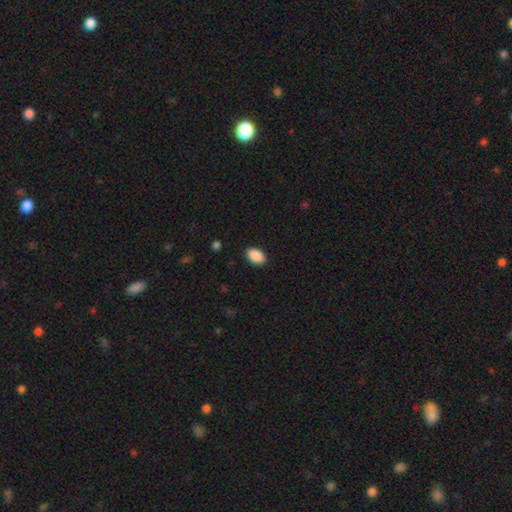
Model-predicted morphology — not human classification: smooth_or_featured: smooth (p=0.91) [alt: star or artifact p=0.07]
how_rounded: in between (p=0.89) [alt: round p=0.10]
merging: none (p=0.89) [alt: minor disturbance p=0.08]